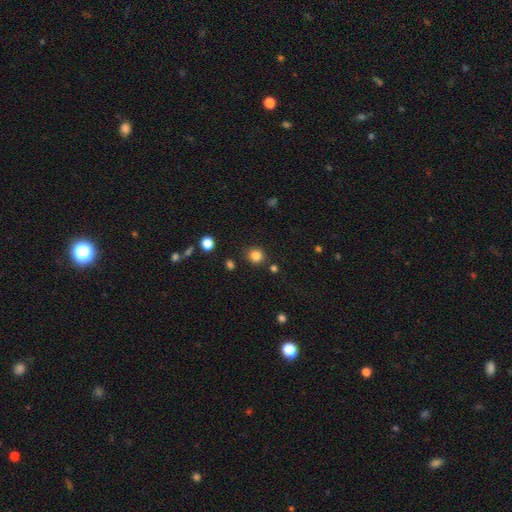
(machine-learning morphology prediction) Overall: smooth (83%). How rounded: round (88%). Merging: none (86%).